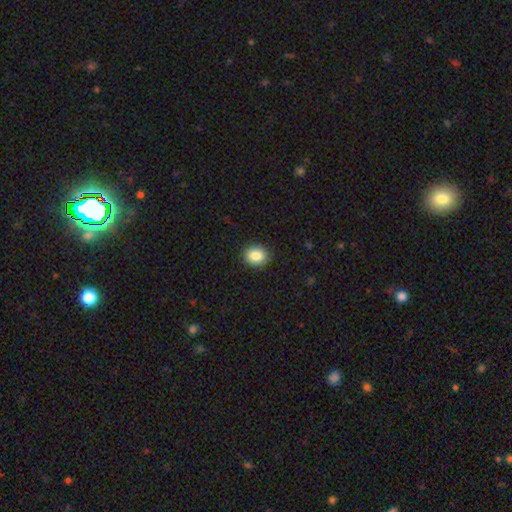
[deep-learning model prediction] smooth-or-featured: smooth: 86% | star or artifact: 9% | featured or disk: 5%
  how-rounded: round: 62% | in between: 37% | cigar-shaped: 1%
  merging: none: 90% | minor disturbance: 7% | major disturbance: 2% | merger: 1%